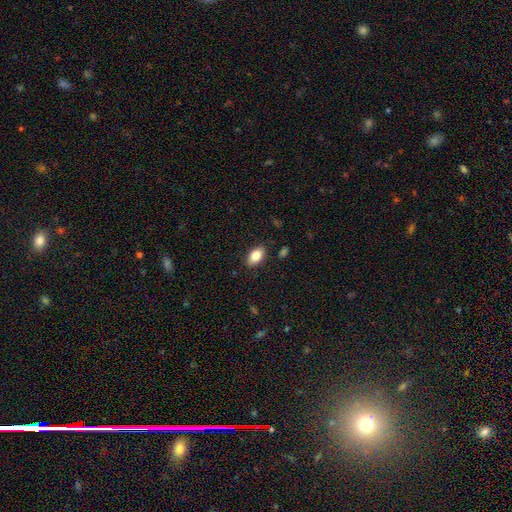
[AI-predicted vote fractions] Smooth or featured?
  - smooth: 84% *
  - featured or disk: 9%
  - star or artifact: 7%
How rounded?
  - in between: 91% *
  - round: 6%
  - cigar-shaped: 3%
Merging?
  - none: 86% *
  - minor disturbance: 10%
  - major disturbance: 2%
  - merger: 1%